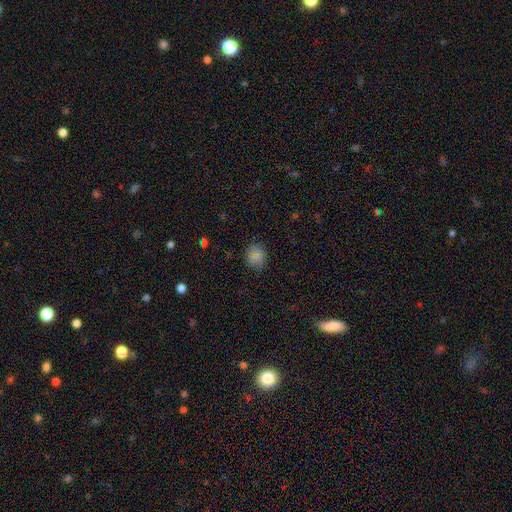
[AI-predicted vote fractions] Smooth or featured? Predicted: smooth (p=0.75). How rounded? Predicted: round (p=0.70). Merging? Predicted: none (p=0.82).